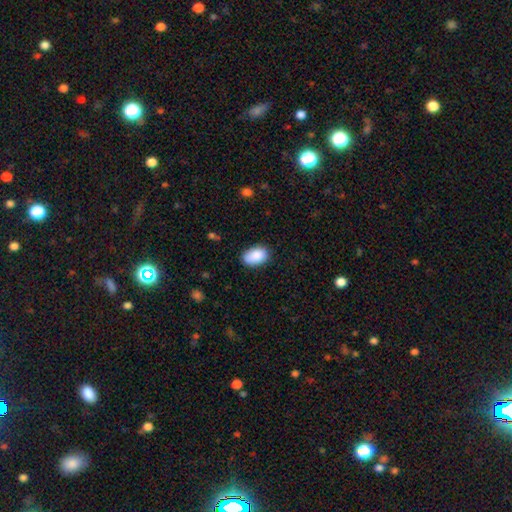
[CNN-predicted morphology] Smooth or featured?
  - smooth: 89% *
  - star or artifact: 7%
  - featured or disk: 4%
How rounded?
  - in between: 91% *
  - round: 8%
  - cigar-shaped: 1%
Merging?
  - none: 82% *
  - minor disturbance: 15%
  - major disturbance: 3%
  - merger: 1%